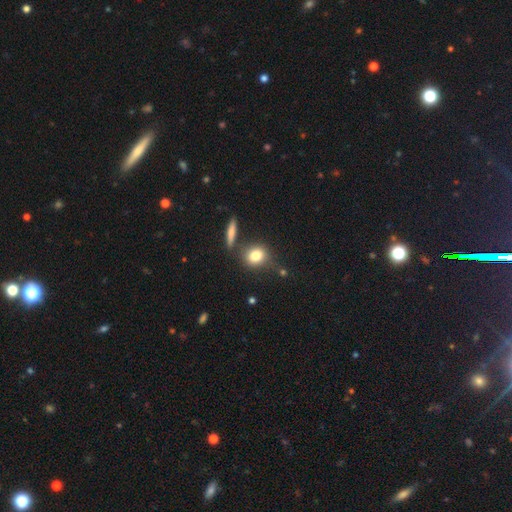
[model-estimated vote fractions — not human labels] This is likely a smooth galaxy (79%). How rounded: likely round (63%). Merging: likely none (70%).